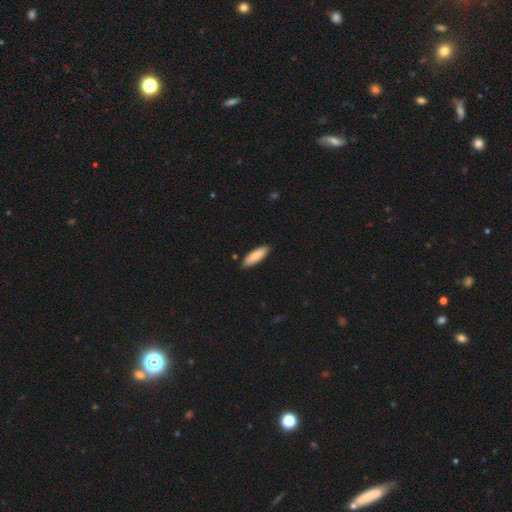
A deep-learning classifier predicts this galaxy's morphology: A smooth galaxy with no disk features (85%) that is cigar-shaped (49%, tied with in between).

Vote fractions:
- Smooth or featured? smooth: 85% / featured or disk: 9% / star or artifact: 5%
- How rounded? cigar-shaped: 49% (tied) / in between: 49% (tied) / round: 1%
- Merging? none: 88% / minor disturbance: 9% / major disturbance: 2% / merger: 1%